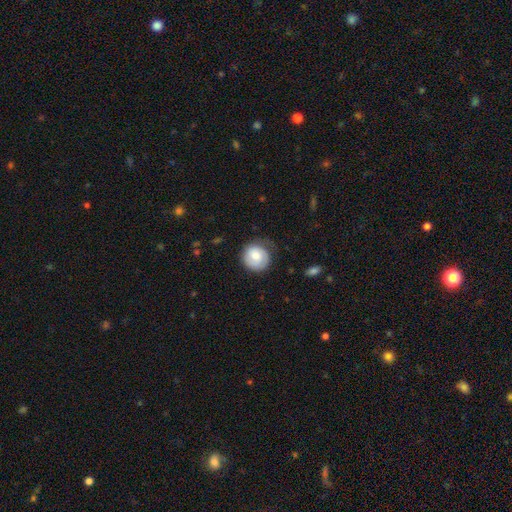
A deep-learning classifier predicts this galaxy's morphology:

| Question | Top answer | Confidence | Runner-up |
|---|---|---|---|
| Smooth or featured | smooth | 61% | featured or disk (33%) |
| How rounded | round | 87% | in between (12%) |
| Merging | none | 62% | minor disturbance (26%) |